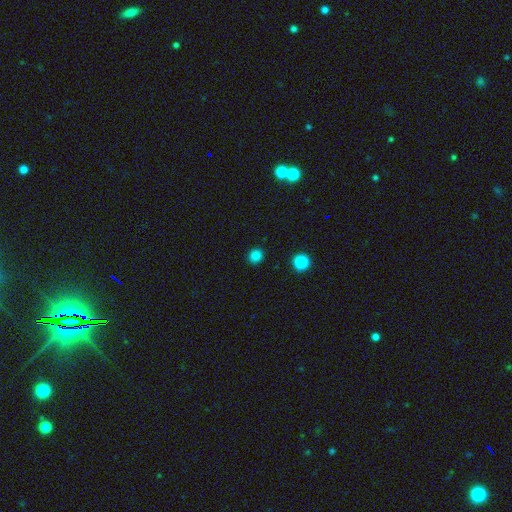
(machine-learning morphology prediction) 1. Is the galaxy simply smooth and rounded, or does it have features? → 83% smooth, 14% star or artifact, 3% featured or disk.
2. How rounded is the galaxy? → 85% round, 14% in between, 1% cigar-shaped.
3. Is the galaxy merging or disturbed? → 91% none, 6% minor disturbance, 2% major disturbance, 1% merger.